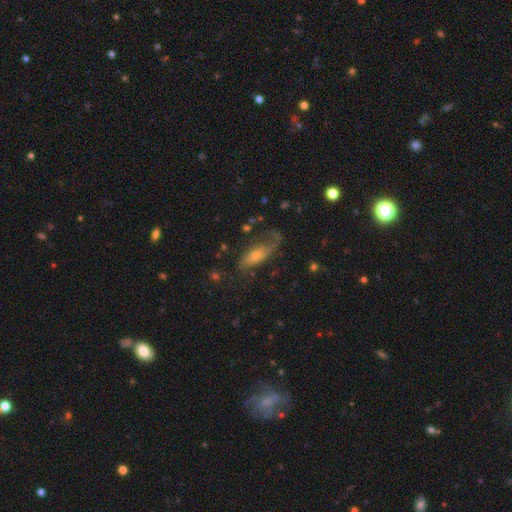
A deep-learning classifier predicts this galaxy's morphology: A featured or disk galaxy (61%) with no bar (70%), spiral arms (80%) and a small central bulge (54%). Merging: none (46%).